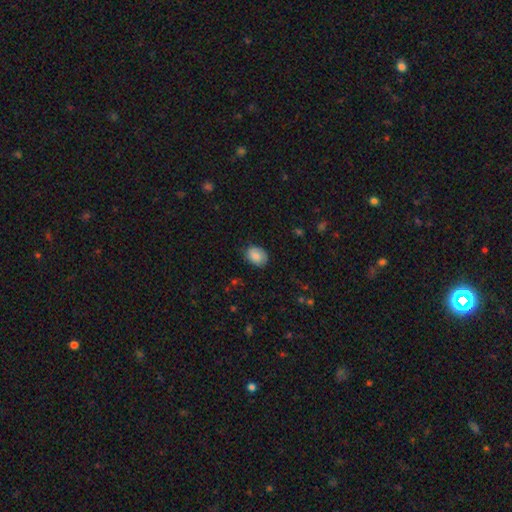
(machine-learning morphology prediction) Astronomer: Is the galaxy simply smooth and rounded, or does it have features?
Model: smooth — 80%.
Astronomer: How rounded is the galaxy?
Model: in between — 65%.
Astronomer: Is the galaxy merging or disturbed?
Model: none — 75%.